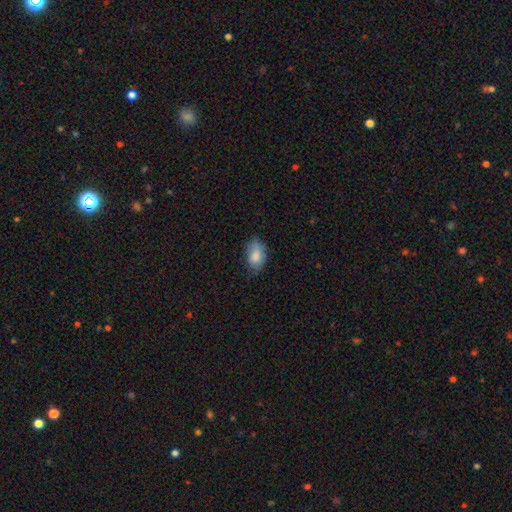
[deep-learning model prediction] Smooth or featured: smooth — 84% (featured or disk — 9%)
How rounded: in between — 90% (round — 9%)
Merging: none — 64% (minor disturbance — 29%)